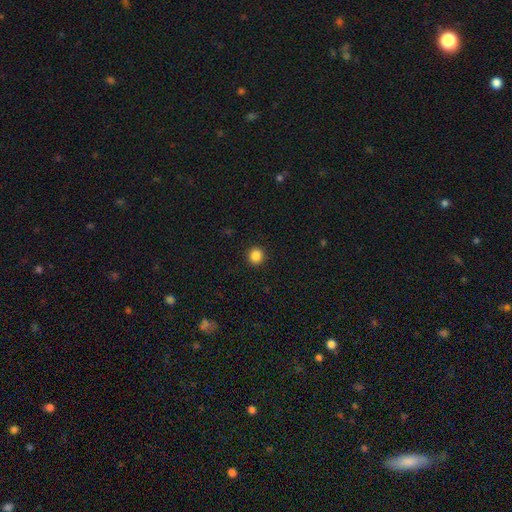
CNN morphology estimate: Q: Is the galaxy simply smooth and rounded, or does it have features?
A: smooth — 86%.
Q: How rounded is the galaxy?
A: round — 92%.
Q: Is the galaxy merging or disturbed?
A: none — 93%.